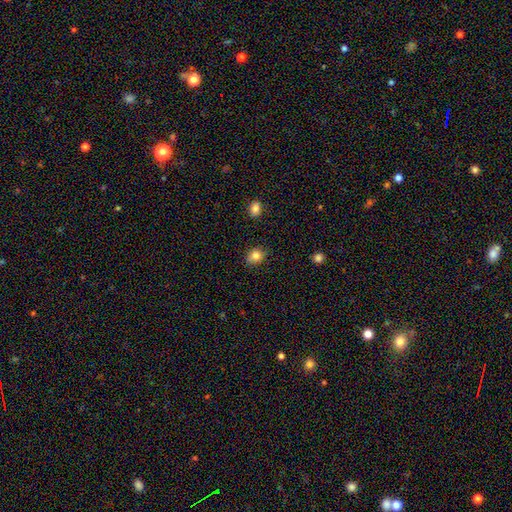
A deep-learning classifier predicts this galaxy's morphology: A smooth galaxy with no disk features (82%) that is round (53%).

Vote fractions:
- Smooth or featured? smooth: 82% / star or artifact: 11% / featured or disk: 7%
- How rounded? round: 53% / in between: 46% / cigar-shaped: 1%
- Merging? none: 81% / minor disturbance: 15% / major disturbance: 3% / merger: 1%